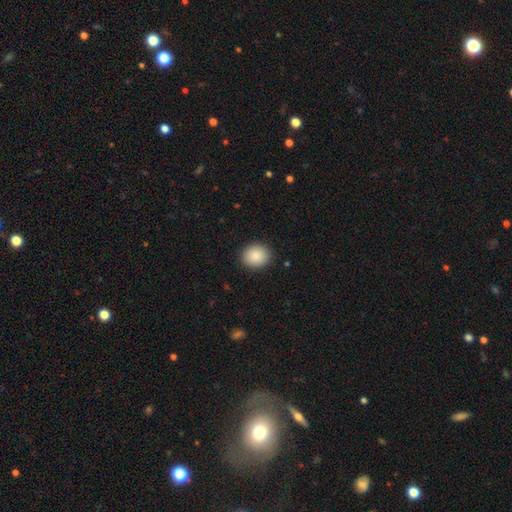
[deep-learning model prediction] A smooth galaxy with no disk features (88%) that is round (68%).

Vote fractions:
- Smooth or featured? smooth: 88% / star or artifact: 8% / featured or disk: 4%
- How rounded? round: 68% / in between: 31% / cigar-shaped: 1%
- Merging? none: 90% / minor disturbance: 7% / major disturbance: 2% / merger: 1%